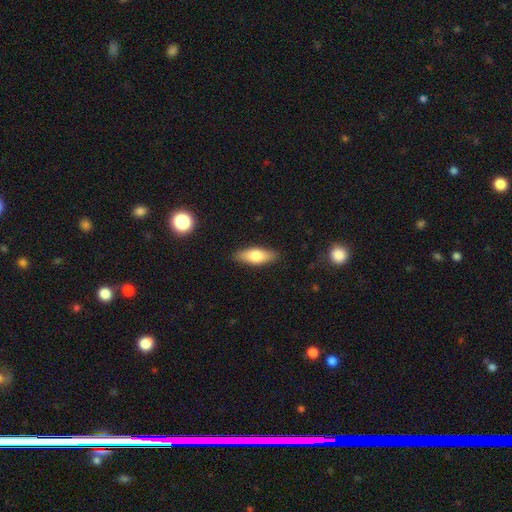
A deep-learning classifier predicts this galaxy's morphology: Smooth or featured: smooth — 70% (featured or disk — 23%)
How rounded: in between — 69% (cigar-shaped — 28%)
Merging: none — 87% (minor disturbance — 10%)